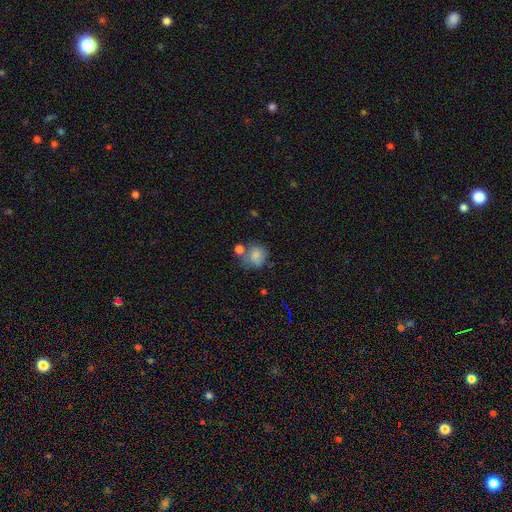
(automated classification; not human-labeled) Smooth or featured? Predicted: smooth (p=0.77). How rounded? Predicted: round (p=0.72). Merging? Predicted: none (p=0.44).